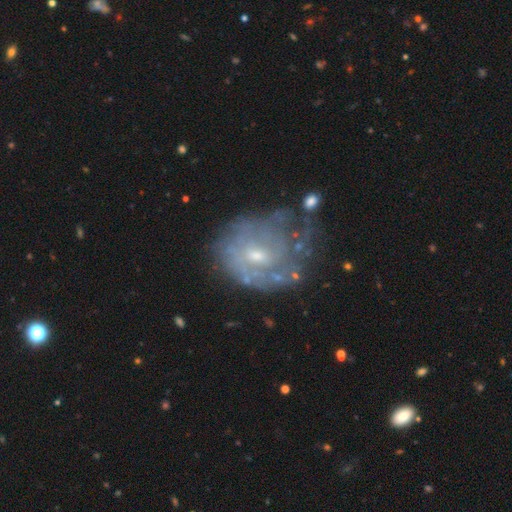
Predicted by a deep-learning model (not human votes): Q: Smooth or featured?
A: featured or disk (70%); runner-up: smooth (20%)
Q: Edge-on disk?
A: no (97%); runner-up: yes (3%)
Q: Bar?
A: no (53%); runner-up: weak (41%)
Q: Spiral arms?
A: yes (66%); runner-up: no (34%)
Q: Bulge size?
A: small (55%); runner-up: moderate (39%)
Q: Merging?
A: none (49%); runner-up: minor disturbance (26%)